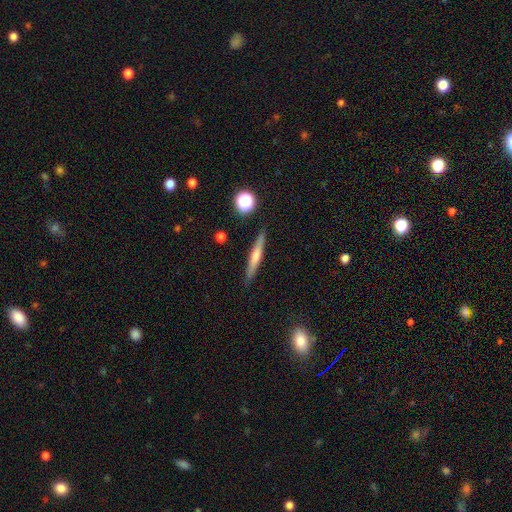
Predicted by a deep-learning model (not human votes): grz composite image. It shows a featured or disk galaxy (52%) viewed edge-on (96%). Merging: none (90%).